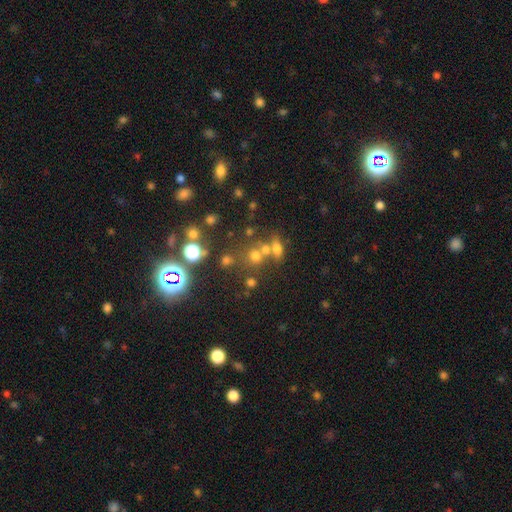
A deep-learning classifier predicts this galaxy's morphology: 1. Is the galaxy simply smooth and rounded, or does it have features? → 44% star or artifact, 42% smooth, 14% featured or disk.